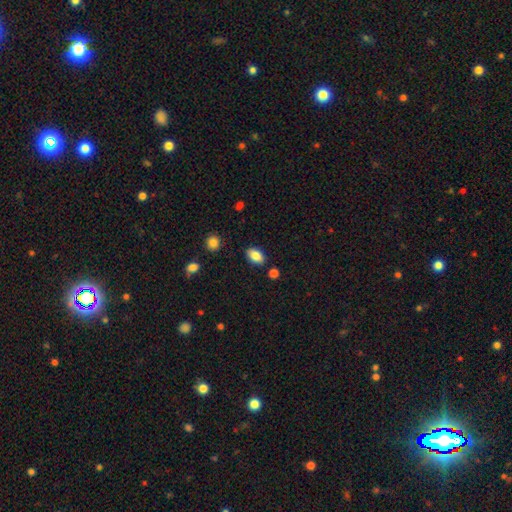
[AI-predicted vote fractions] Smooth or featured?
  - smooth: 85% *
  - star or artifact: 8%
  - featured or disk: 7%
How rounded?
  - in between: 90% *
  - round: 9%
  - cigar-shaped: 2%
Merging?
  - none: 85% *
  - minor disturbance: 10%
  - merger: 3%
  - major disturbance: 2%